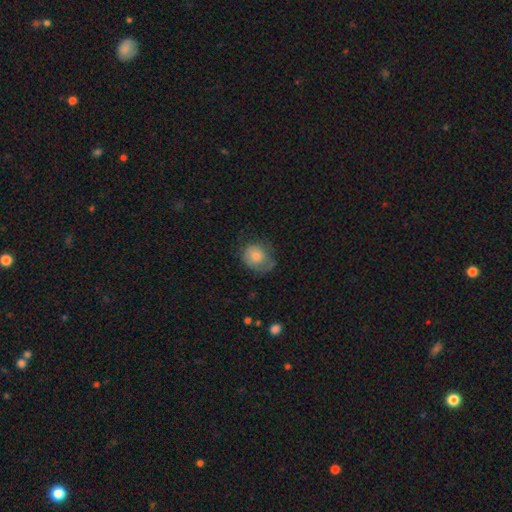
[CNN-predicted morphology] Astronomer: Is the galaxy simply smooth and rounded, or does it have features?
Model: smooth — 69%.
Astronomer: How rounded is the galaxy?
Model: round — 60% (runner-up: in between, 39%).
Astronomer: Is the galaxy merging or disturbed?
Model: none — 52% (runner-up: minor disturbance, 30%).